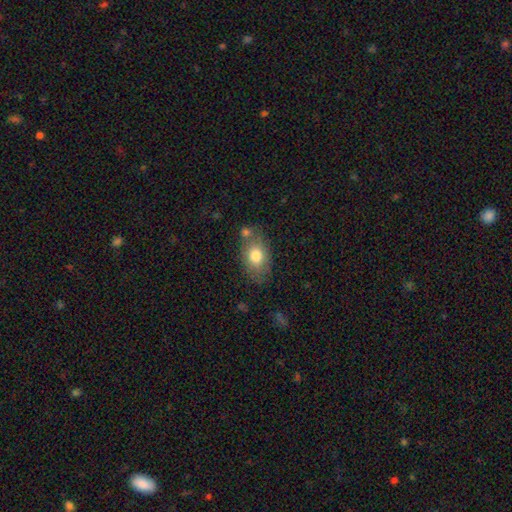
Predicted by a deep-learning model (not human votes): This appears to be a smooth galaxy with no disk features (75%) that is in between round and cigar-shaped (82%). Merging: none (65%).